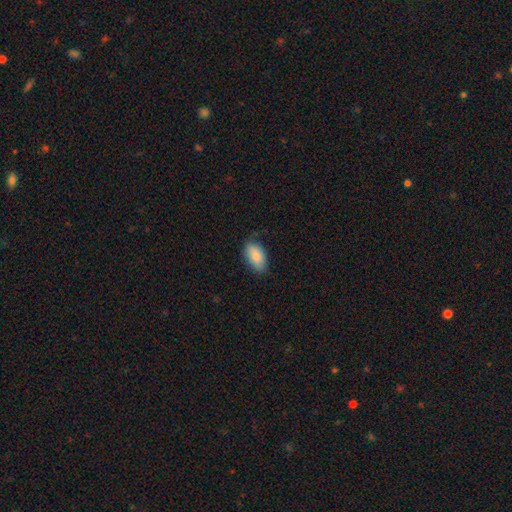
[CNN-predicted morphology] smooth-or-featured: smooth: 88% | star or artifact: 6% | featured or disk: 6%
  how-rounded: in between: 93% | round: 5% | cigar-shaped: 2%
  merging: none: 75% | minor disturbance: 21% | major disturbance: 4% | merger: 1%